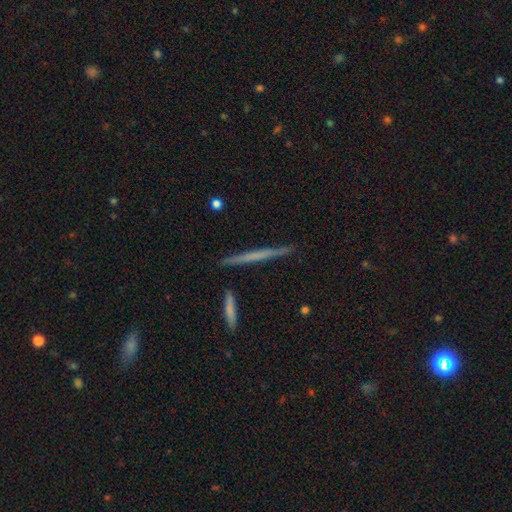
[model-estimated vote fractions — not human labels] Overall: featured or disk (53%; smooth 40%). Edge-on disk: yes (97%). Edge-on bulge: none (87%). Merging: none (91%).